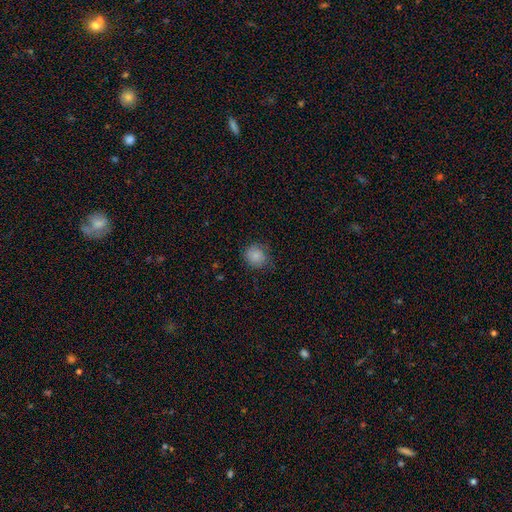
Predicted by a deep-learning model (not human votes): Overall: smooth (85%). How rounded: round (84%). Merging: none (75%).